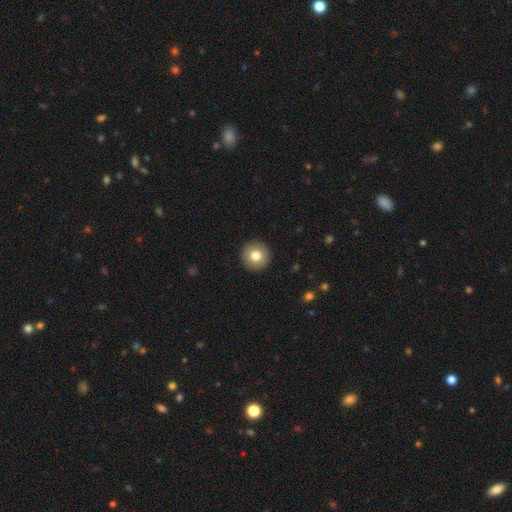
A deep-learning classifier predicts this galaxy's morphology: Overall: smooth (79%). How rounded: round (96%). Merging: none (93%).